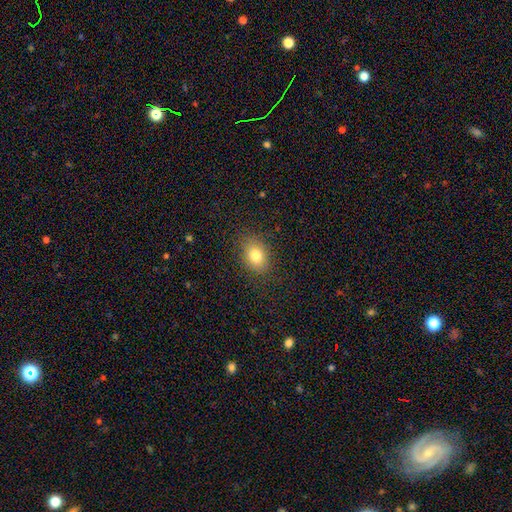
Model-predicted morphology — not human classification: Q: Smooth or featured?
A: smooth (80%); runner-up: star or artifact (11%)
Q: How rounded?
A: in between (65%); runner-up: round (34%)
Q: Merging?
A: none (84%); runner-up: minor disturbance (11%)